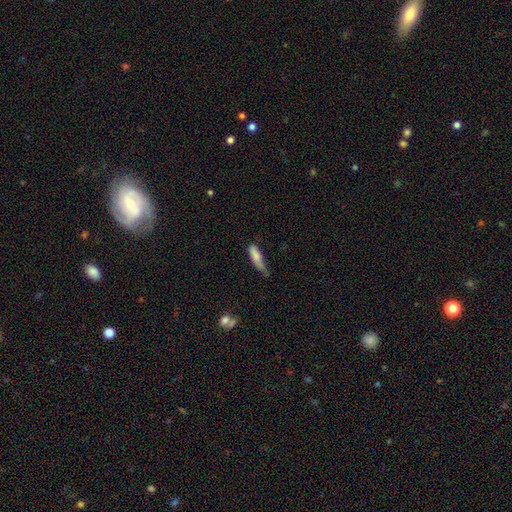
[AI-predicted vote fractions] Overall: smooth (77%). How rounded: cigar-shaped (66%; in between 33%). Merging: minor disturbance (44%; none 34%).